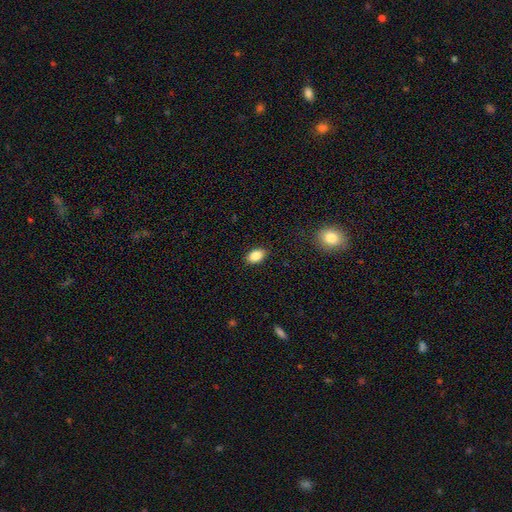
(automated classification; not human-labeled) Smooth or featured? Predicted: smooth (p=0.86). How rounded? Predicted: in between (p=0.89). Merging? Predicted: none (p=0.88).